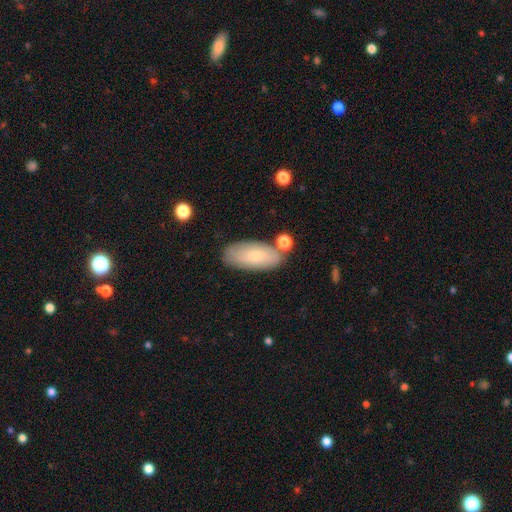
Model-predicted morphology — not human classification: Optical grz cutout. It shows a smooth galaxy with no disk features (70%) that is in between round and cigar-shaped (88%). Merging: none (75%).